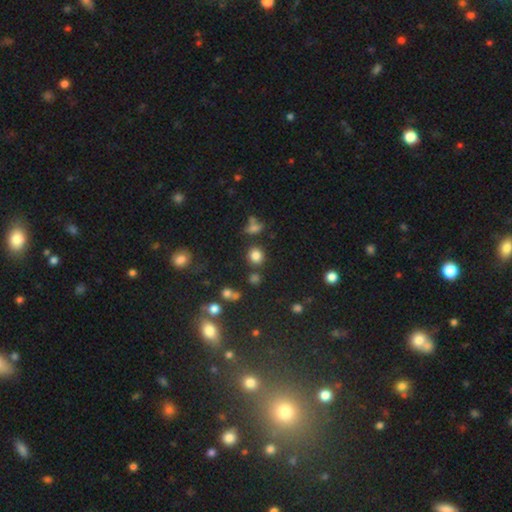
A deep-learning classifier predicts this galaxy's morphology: smooth-or-featured: smooth: 78% | star or artifact: 16% | featured or disk: 6%
  how-rounded: round: 84% | in between: 14% | cigar-shaped: 1%
  merging: none: 80% | minor disturbance: 9% | merger: 7% | major disturbance: 4%